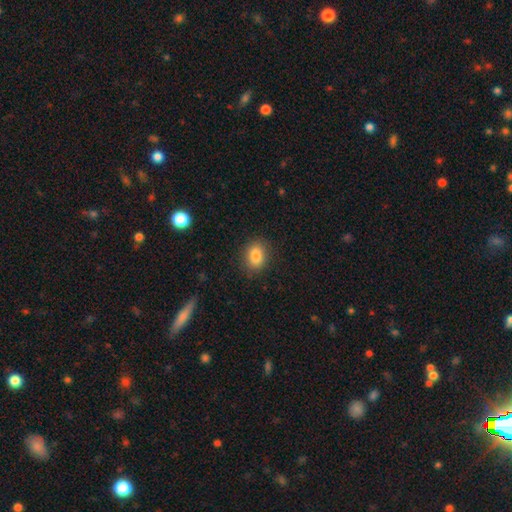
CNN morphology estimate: smooth_or_featured: smooth (p=0.84) [alt: star or artifact p=0.09]
how_rounded: in between (p=0.63) [alt: round p=0.35]
merging: none (p=0.87) [alt: minor disturbance p=0.09]